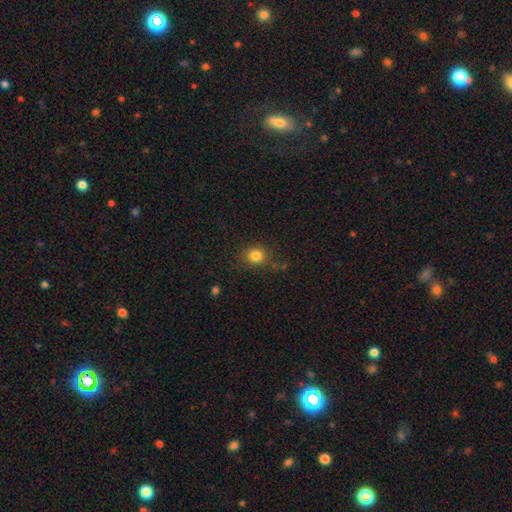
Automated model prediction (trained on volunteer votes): Smooth or featured? smooth (82%)
How rounded? round (81%)
Merging? none (82%)